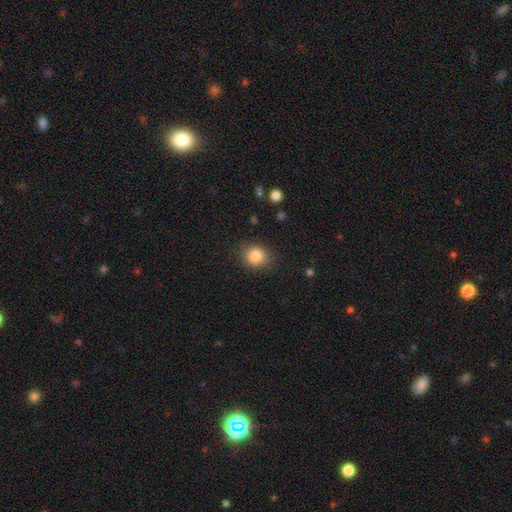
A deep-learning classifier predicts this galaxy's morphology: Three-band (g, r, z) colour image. It shows a smooth galaxy with no disk features (84%) that is round (69%). Merging: none (82%).